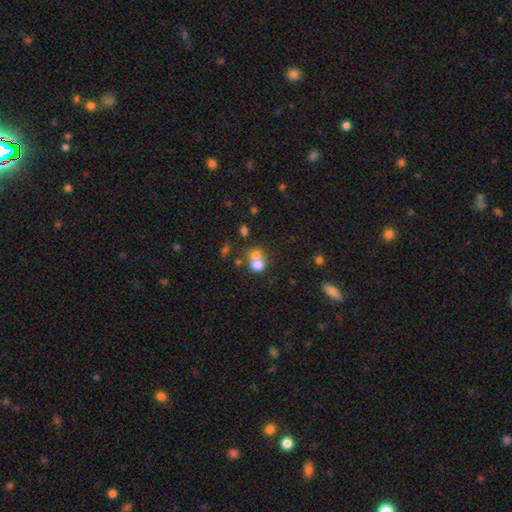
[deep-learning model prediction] This appears to be a smooth galaxy with no disk features (72%) that is round (74%). Merging: merger (55%).